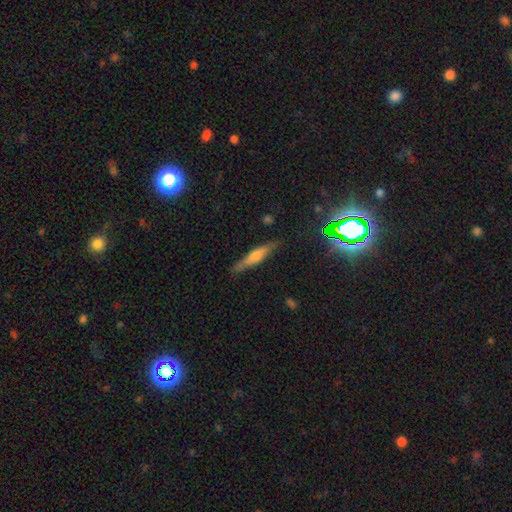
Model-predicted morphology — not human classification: Smooth or featured: featured or disk — 50% (smooth — 40%)
Edge-on disk: yes — 94% (no — 6%)
Merging: none — 84% (minor disturbance — 12%)